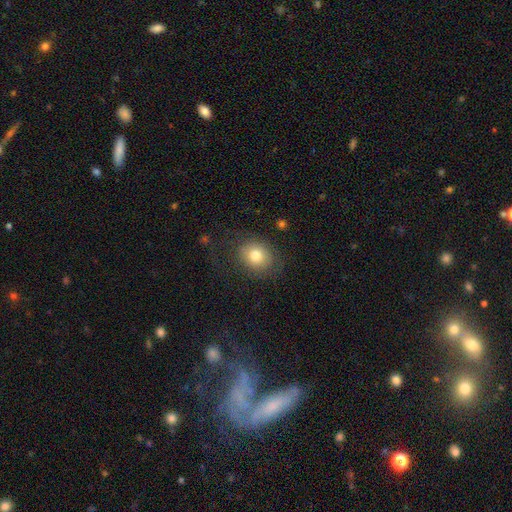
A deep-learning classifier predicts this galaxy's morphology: Q: Smooth or featured?
A: smooth (76%); runner-up: featured or disk (14%)
Q: How rounded?
A: round (62%); runner-up: in between (37%)
Q: Merging?
A: none (74%); runner-up: minor disturbance (15%)